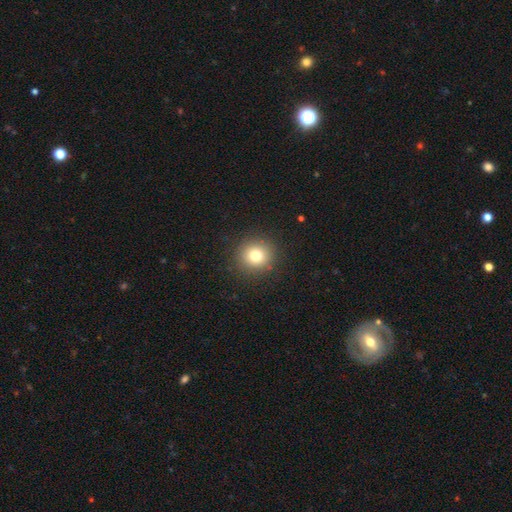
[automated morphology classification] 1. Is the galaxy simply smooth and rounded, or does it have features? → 78% smooth, 13% star or artifact, 9% featured or disk.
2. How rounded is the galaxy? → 92% round, 7% in between, 1% cigar-shaped.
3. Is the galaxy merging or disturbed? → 90% none, 6% minor disturbance, 3% major disturbance, 1% merger.